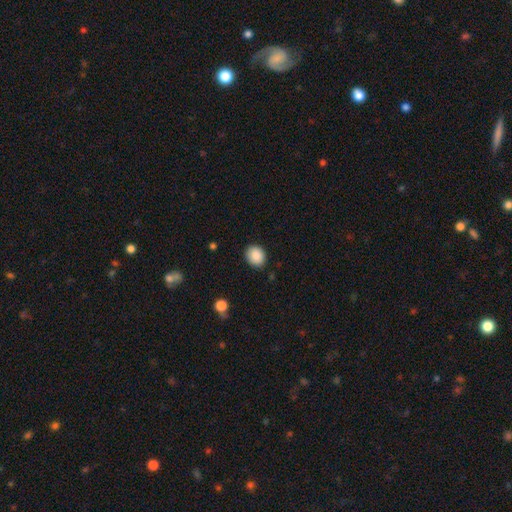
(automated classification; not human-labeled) smooth 88%, star or artifact 8%, featured or disk 4%. Down the decision tree: how rounded — round (64%); merging — none (88%).